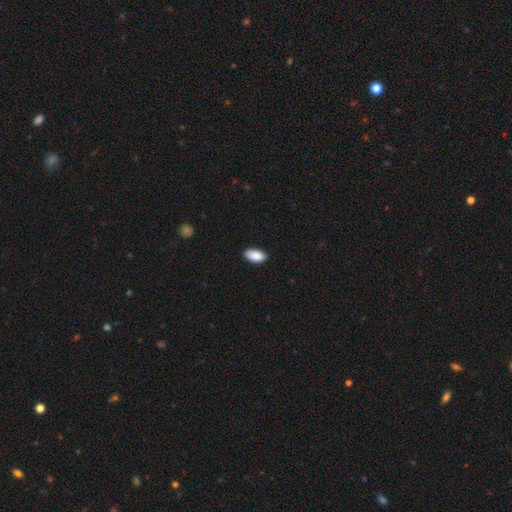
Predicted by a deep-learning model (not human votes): The model was most divided on "merging": none: 88%, minor disturbance: 9%, major disturbance: 2%, merger: 1%. More confident: how rounded — in between (94%); smooth or featured — smooth (90%).